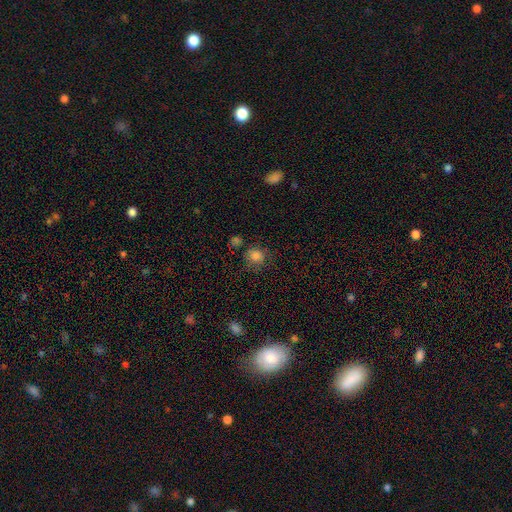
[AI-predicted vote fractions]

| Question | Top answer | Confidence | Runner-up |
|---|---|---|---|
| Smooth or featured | smooth | 79% | star or artifact (14%) |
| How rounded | round | 79% | in between (20%) |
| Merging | none | 66% | minor disturbance (20%) |